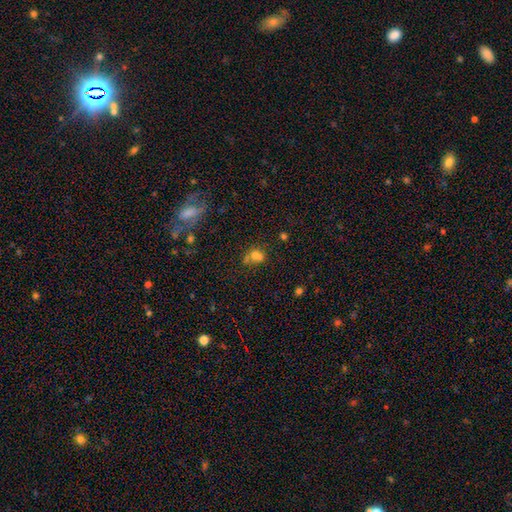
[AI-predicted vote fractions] The model was most divided on "merging": none: 40%, merger: 39%, minor disturbance: 13%, major disturbance: 7%. More confident: smooth or featured — smooth (65%); how rounded — round (63%).